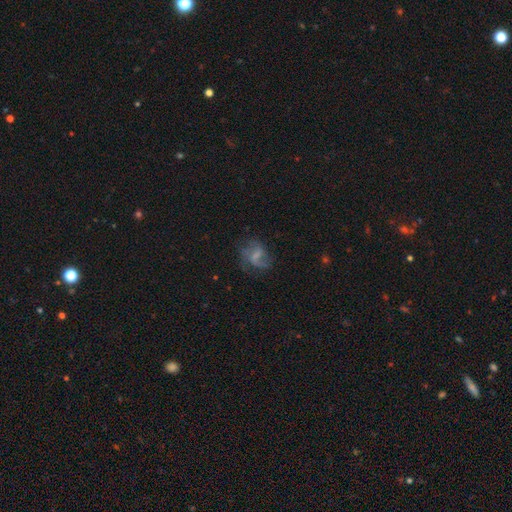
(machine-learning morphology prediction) The model was most divided on "bulge size": none: 46%, small: 30%, moderate: 19%, large: 4%, dominant: 1%. Remaining: edge-on disk — no (97%); spiral arms — yes (81%); smooth or featured — featured or disk (61%); merging — none (52%); bar — weak (49%).